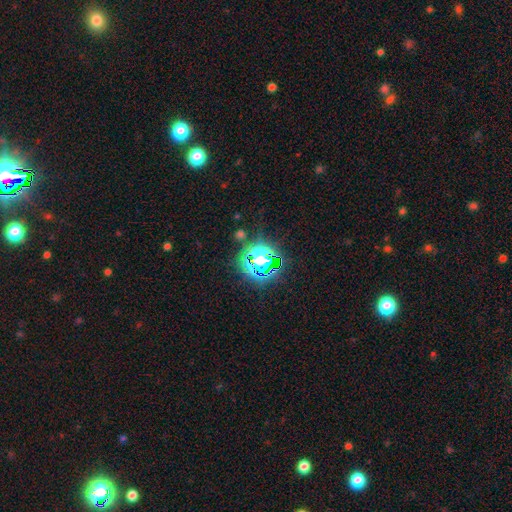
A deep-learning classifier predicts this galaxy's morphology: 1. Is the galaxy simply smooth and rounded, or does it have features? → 79% star or artifact, 14% smooth, 7% featured or disk.